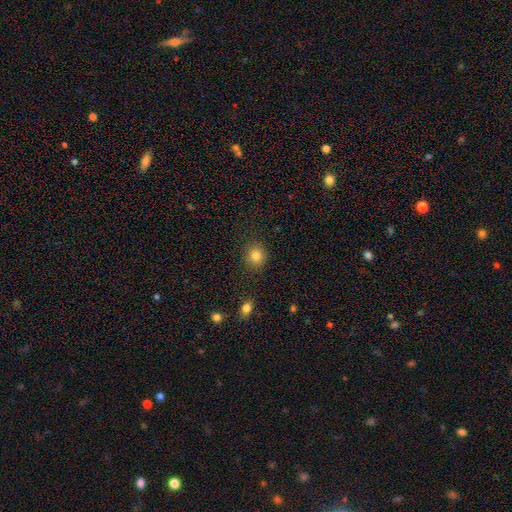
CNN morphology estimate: Smooth or featured? Predicted: smooth (p=0.84). How rounded? Predicted: round (p=0.88). Merging? Predicted: none (p=0.88).